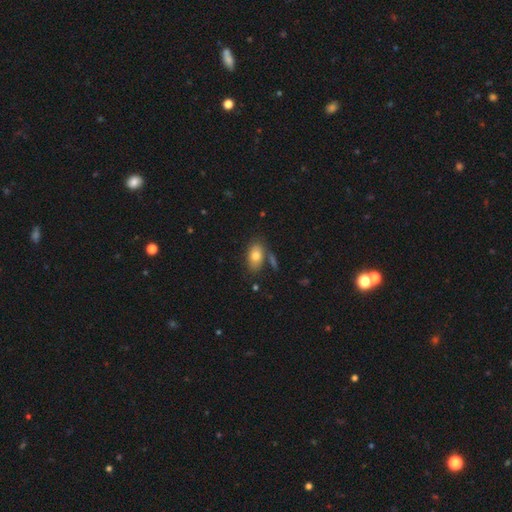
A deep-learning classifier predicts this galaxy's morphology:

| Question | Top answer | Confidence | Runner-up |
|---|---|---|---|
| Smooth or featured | smooth | 79% | featured or disk (13%) |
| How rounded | in between | 89% | round (8%) |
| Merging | none | 69% | minor disturbance (16%) |